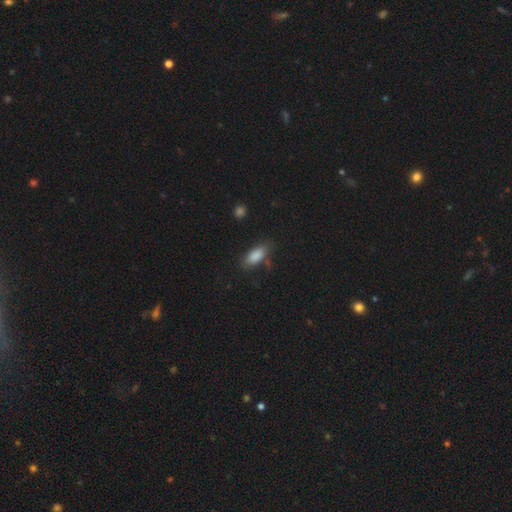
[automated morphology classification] A smooth galaxy with no disk features (86%) that is in between round and cigar-shaped (83%). Merging: none (73%).